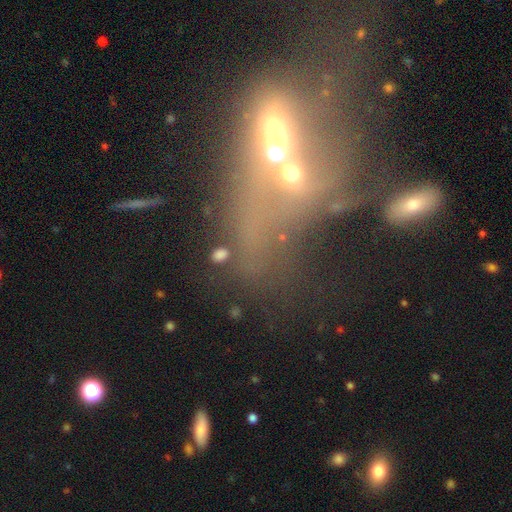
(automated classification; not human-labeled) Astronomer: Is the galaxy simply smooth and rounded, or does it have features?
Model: smooth — 36%, tied with featured or disk at 36%.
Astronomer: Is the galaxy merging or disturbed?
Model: merger — 68%.